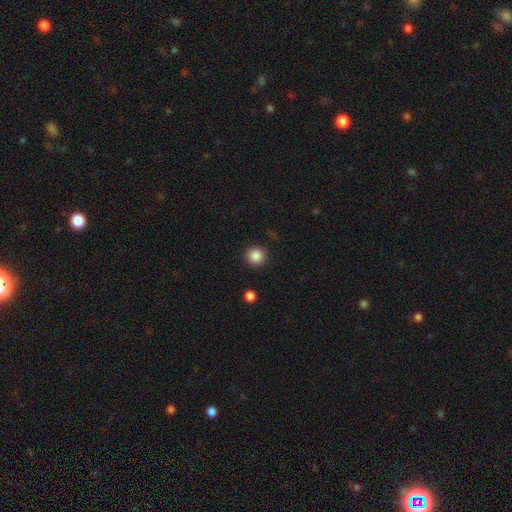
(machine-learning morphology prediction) The model was most divided on "smooth or featured": smooth: 86%, star or artifact: 10%, featured or disk: 4%. More confident: how rounded — round (93%); merging — none (90%).